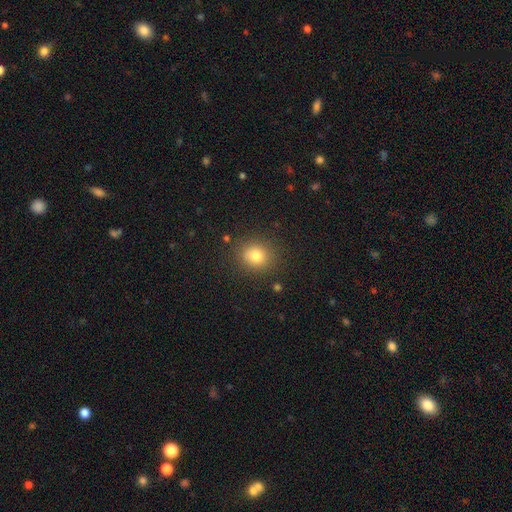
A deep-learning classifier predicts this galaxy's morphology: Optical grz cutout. It shows a smooth galaxy with no disk features (79%) that is round (76%). Merging: none (84%).